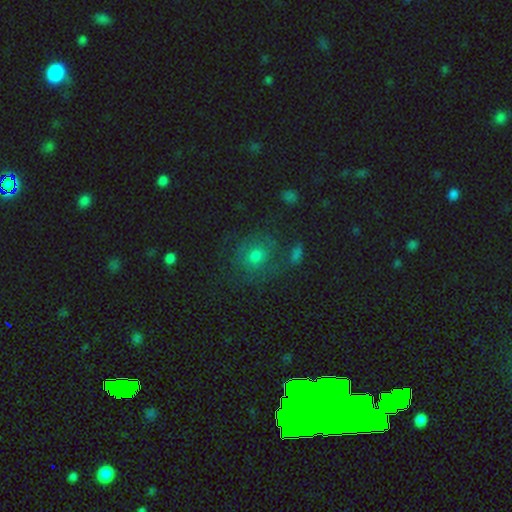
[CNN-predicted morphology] smooth 48%, star or artifact 31%, featured or disk 21%. Down the decision tree: merging — none (72%).